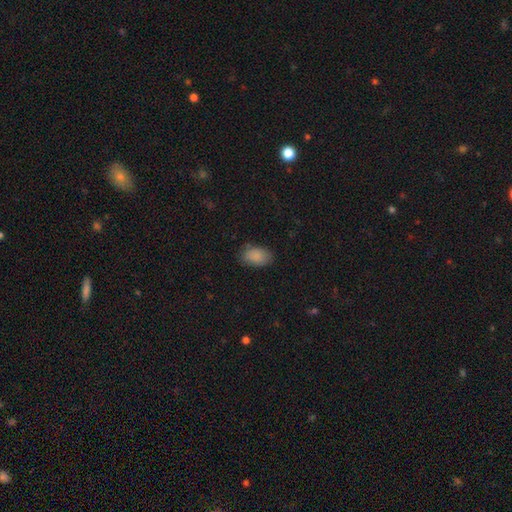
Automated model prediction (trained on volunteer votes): Smooth or featured?
  - smooth: 88% *
  - star or artifact: 8%
  - featured or disk: 5%
How rounded?
  - in between: 90% *
  - round: 9%
  - cigar-shaped: 1%
Merging?
  - none: 77% *
  - minor disturbance: 18%
  - major disturbance: 4%
  - merger: 1%